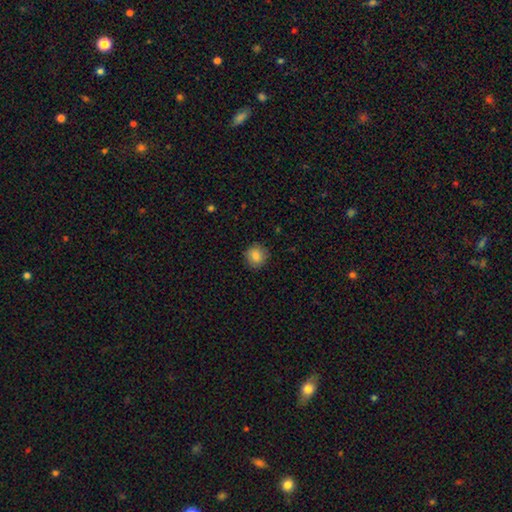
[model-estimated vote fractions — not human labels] This appears to be a smooth galaxy with no disk features (85%) that is round (90%). Merging: none (89%).